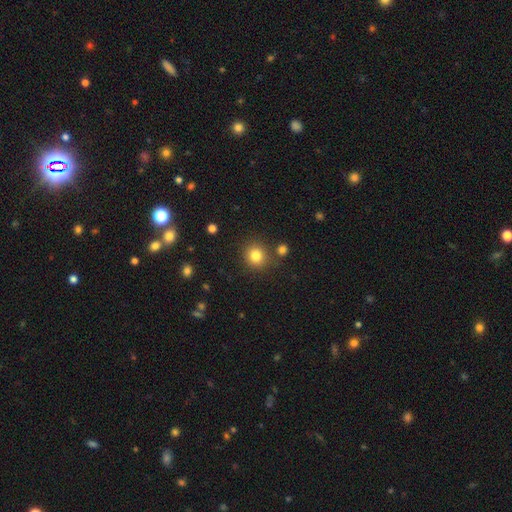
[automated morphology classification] smooth-or-featured: smooth: 81% | star or artifact: 12% | featured or disk: 6%
  how-rounded: round: 88% | in between: 11% | cigar-shaped: 1%
  merging: none: 82% | minor disturbance: 8% | merger: 7% | major disturbance: 3%